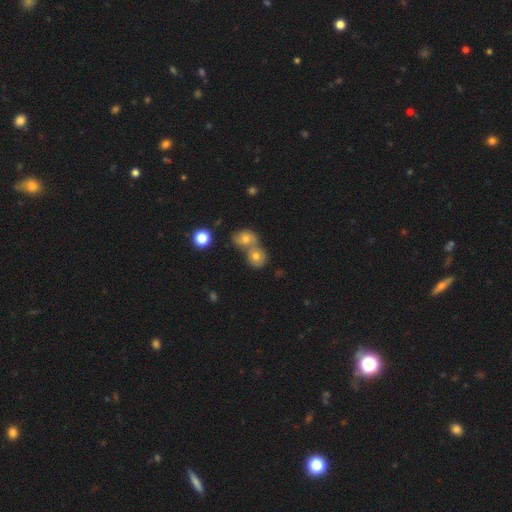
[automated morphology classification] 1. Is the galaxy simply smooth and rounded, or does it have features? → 49% smooth, 30% star or artifact, 21% featured or disk.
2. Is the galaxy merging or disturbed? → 44% merger, 42% none, 8% minor disturbance, 6% major disturbance.